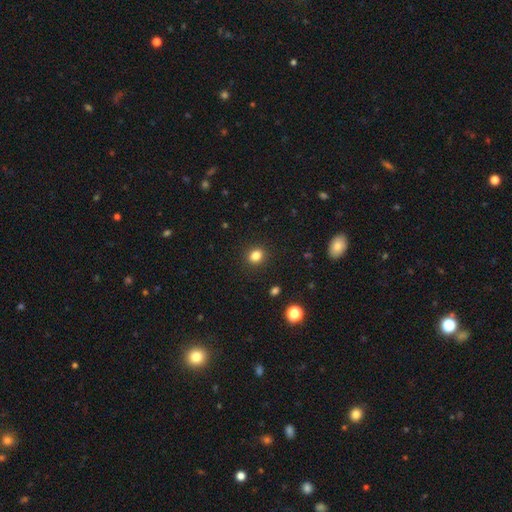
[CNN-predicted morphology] A smooth galaxy with no disk features (83%) that is round (67%).

Vote fractions:
- Smooth or featured? smooth: 83% / star or artifact: 12% / featured or disk: 5%
- How rounded? round: 67% / in between: 32% / cigar-shaped: 1%
- Merging? none: 90% / minor disturbance: 6% / major disturbance: 2% / merger: 1%